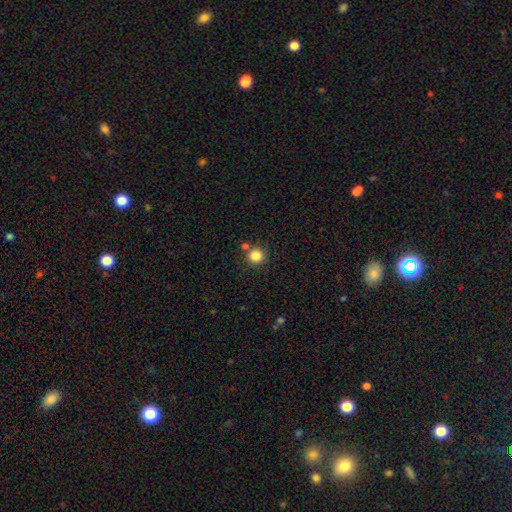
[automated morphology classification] This appears to be a smooth galaxy with no disk features (84%) that is round (94%). Merging: none (78%).